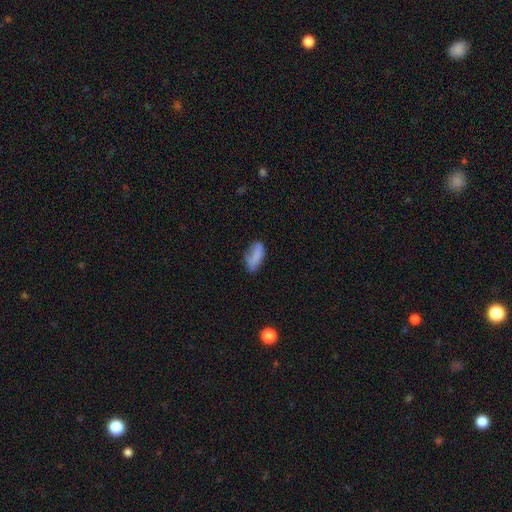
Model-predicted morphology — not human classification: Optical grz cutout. It shows a smooth galaxy with no disk features (73%) that is in between round and cigar-shaped (83%). Merging: none (49%).